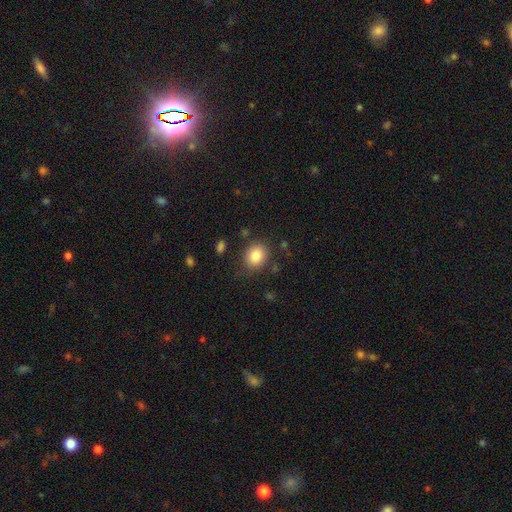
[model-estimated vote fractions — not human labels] This appears to be a smooth galaxy with no disk features (84%) that is round (61%). Merging: none (82%).